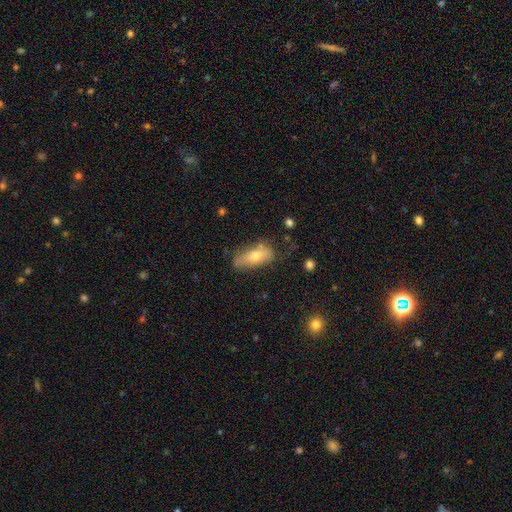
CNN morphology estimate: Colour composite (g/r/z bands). It shows a smooth galaxy with no disk features (63%) that is in between round and cigar-shaped (78%). Merging: none (56%).